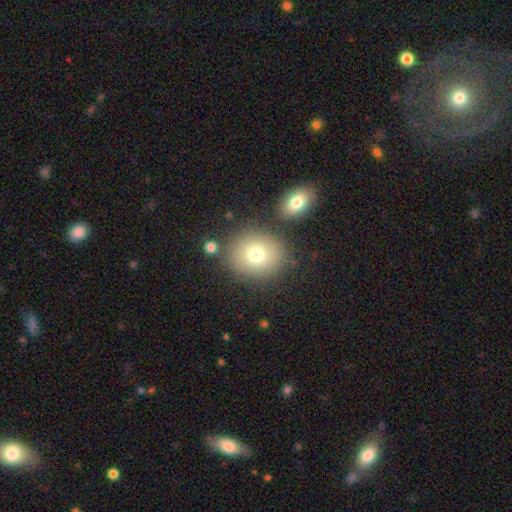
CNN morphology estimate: This is likely a smooth galaxy (75%). How rounded: likely round (78%). Merging: likely none (77%).